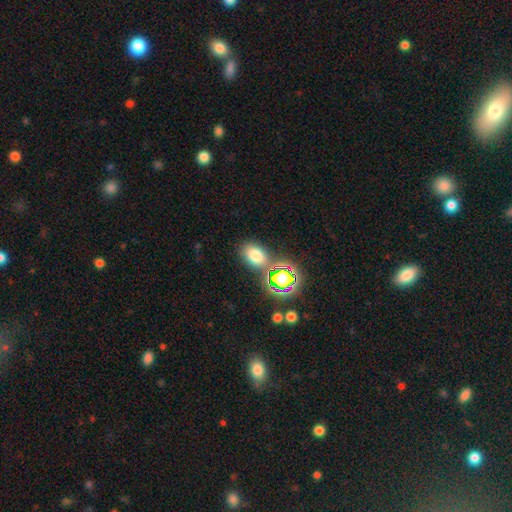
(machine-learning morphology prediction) smooth 70%, star or artifact 21%, featured or disk 9%. Down the decision tree: how rounded — in between (75%); merging — none (73%).